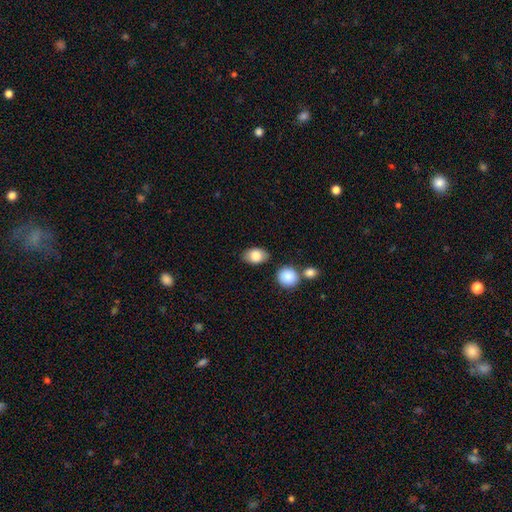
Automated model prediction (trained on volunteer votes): smooth_or_featured: smooth (p=0.84) [alt: featured or disk p=0.10]
how_rounded: in between (p=0.82) [alt: round p=0.17]
merging: none (p=0.78) [alt: minor disturbance p=0.13]